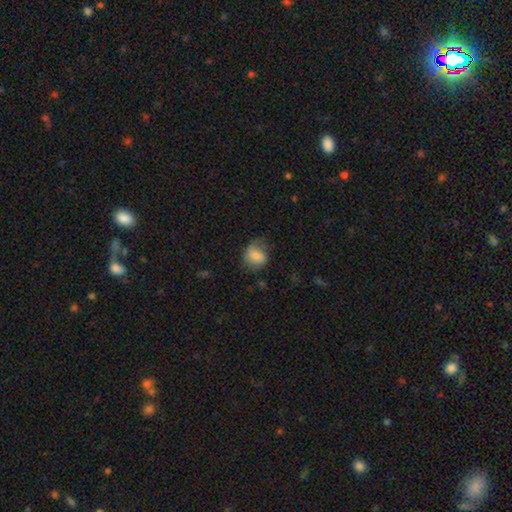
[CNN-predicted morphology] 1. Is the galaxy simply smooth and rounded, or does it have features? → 72% smooth, 19% featured or disk, 8% star or artifact.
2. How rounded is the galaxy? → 54% round, 45% in between, 1% cigar-shaped.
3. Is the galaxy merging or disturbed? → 49% none, 32% minor disturbance, 18% major disturbance, 2% merger.